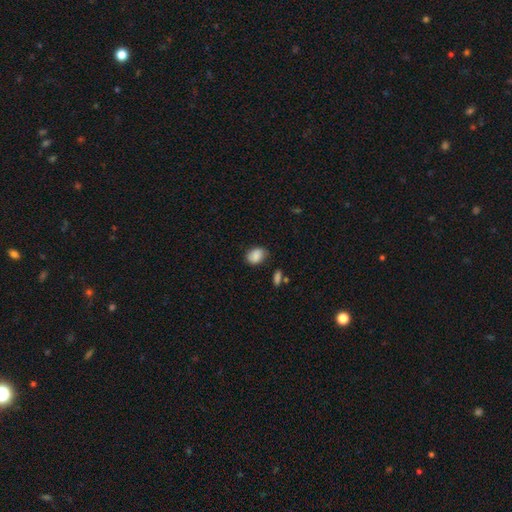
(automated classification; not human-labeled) Q: Smooth or featured?
A: smooth (85%); runner-up: star or artifact (8%)
Q: How rounded?
A: in between (71%); runner-up: round (28%)
Q: Merging?
A: none (73%); runner-up: minor disturbance (20%)